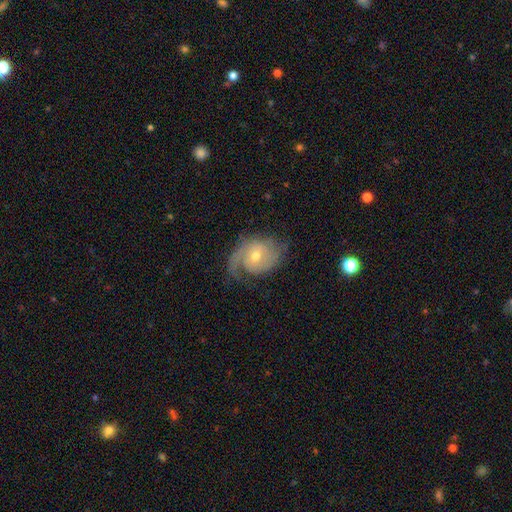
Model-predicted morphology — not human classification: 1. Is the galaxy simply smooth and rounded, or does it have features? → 79% featured or disk, 15% smooth, 6% star or artifact.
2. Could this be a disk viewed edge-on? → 97% no, 3% yes.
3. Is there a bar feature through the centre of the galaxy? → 64% no, 30% weak, 6% strong.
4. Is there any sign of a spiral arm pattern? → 93% yes, 7% no.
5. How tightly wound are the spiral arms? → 40% medium, 36% tight, 24% loose.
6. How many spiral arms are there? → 42% 1, 41% 2, 11% can't tell, 3% 3, 1% 4, 1% more than 4.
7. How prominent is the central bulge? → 50% small, 47% moderate, 2% large, 1% none, 1% dominant.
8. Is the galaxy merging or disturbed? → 58% none, 22% minor disturbance, 18% major disturbance, 2% merger.